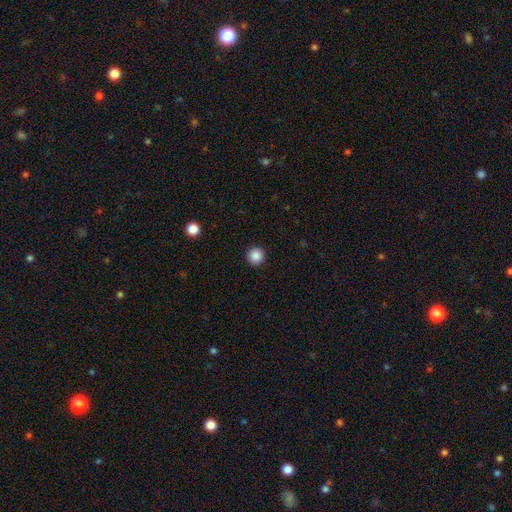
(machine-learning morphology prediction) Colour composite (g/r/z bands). It shows a smooth galaxy with no disk features (88%) that is round (96%). Merging: none (93%).